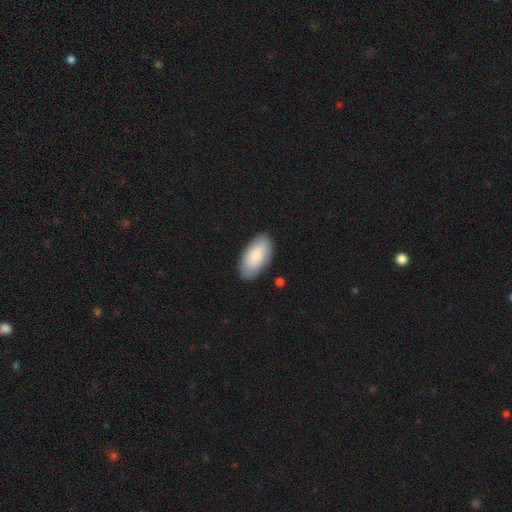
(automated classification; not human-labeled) smooth 84%, featured or disk 11%, star or artifact 5%. Down the decision tree: how rounded — in between (94%); merging — none (86%).